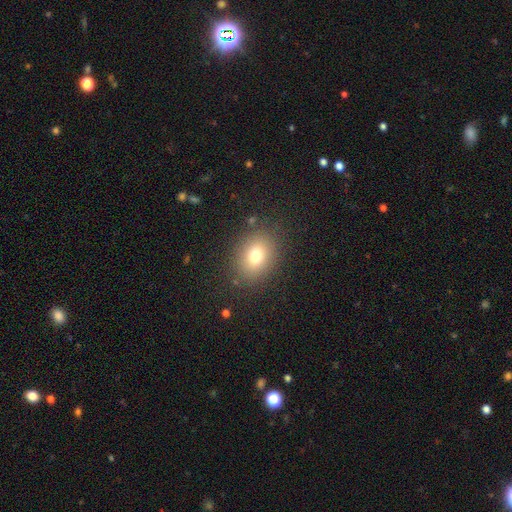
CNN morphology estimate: smooth 76%, star or artifact 13%, featured or disk 11%. Down the decision tree: how rounded — in between (55%); merging — none (85%).